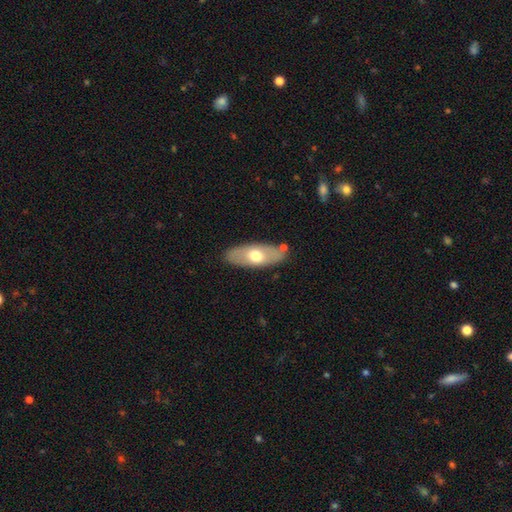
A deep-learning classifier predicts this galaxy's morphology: Q: Smooth or featured?
A: smooth (58%); runner-up: featured or disk (37%)
Q: How rounded?
A: in between (81%); runner-up: cigar-shaped (17%)
Q: Merging?
A: none (82%); runner-up: minor disturbance (11%)